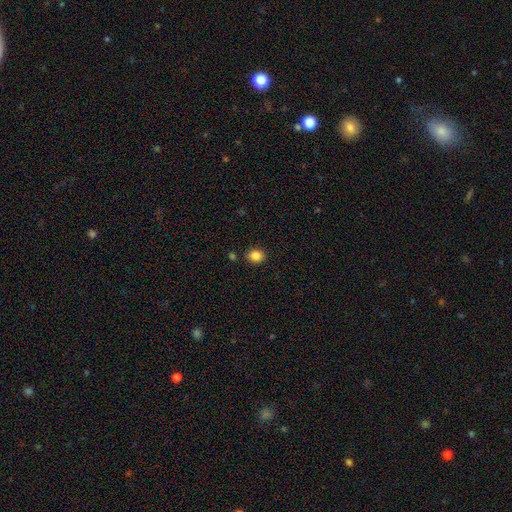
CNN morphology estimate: This appears to be a smooth galaxy with no disk features (86%) that is round (50%). Merging: none (86%).